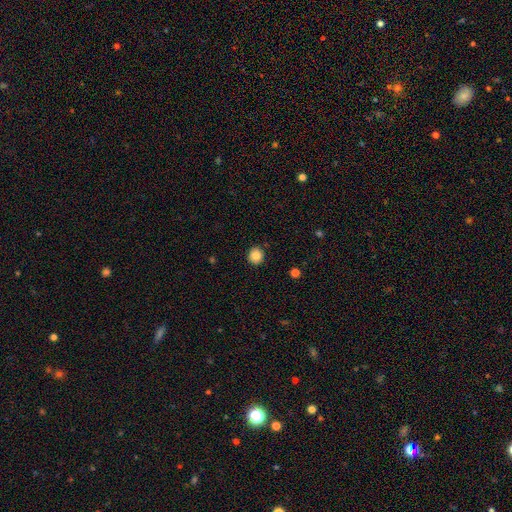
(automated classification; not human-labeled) smooth-or-featured: smooth: 86% | star or artifact: 10% | featured or disk: 4%
  how-rounded: round: 89% | in between: 10% | cigar-shaped: 1%
  merging: none: 90% | minor disturbance: 7% | major disturbance: 2% | merger: 1%